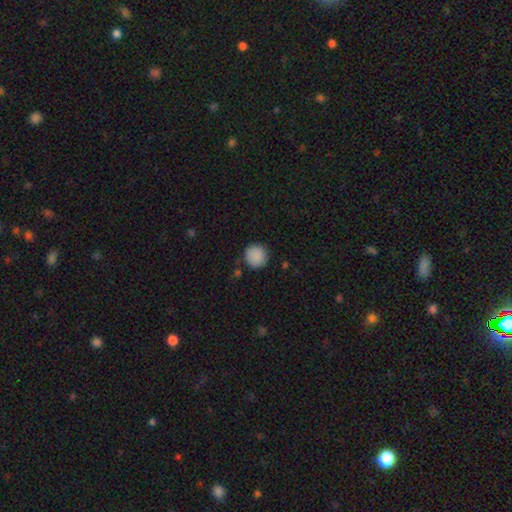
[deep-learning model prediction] Smooth or featured: smooth — 88% (star or artifact — 8%)
How rounded: round — 94% (in between — 5%)
Merging: none — 85% (minor disturbance — 11%)